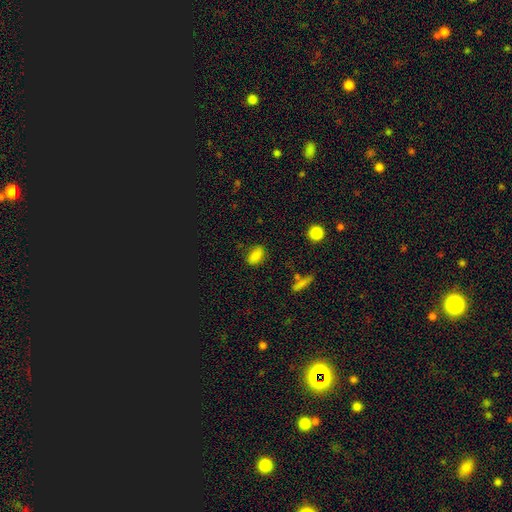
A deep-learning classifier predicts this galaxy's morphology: smooth_or_featured: smooth (p=0.83) [alt: star or artifact p=0.11]
how_rounded: in between (p=0.88) [alt: round p=0.10]
merging: none (p=0.80) [alt: minor disturbance p=0.14]